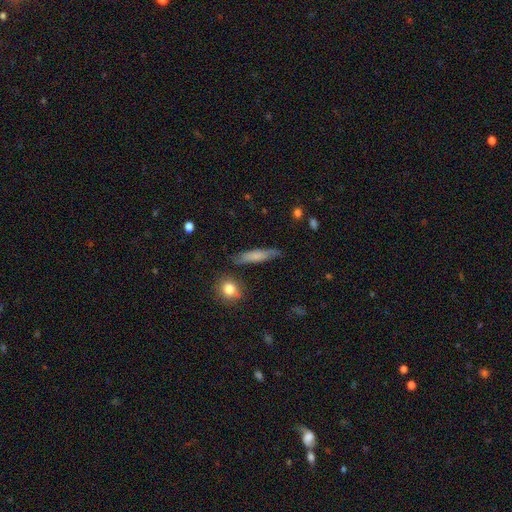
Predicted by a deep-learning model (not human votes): smooth 68%, featured or disk 25%, star or artifact 7%. Down the decision tree: how rounded — cigar-shaped (82%); merging — none (79%).